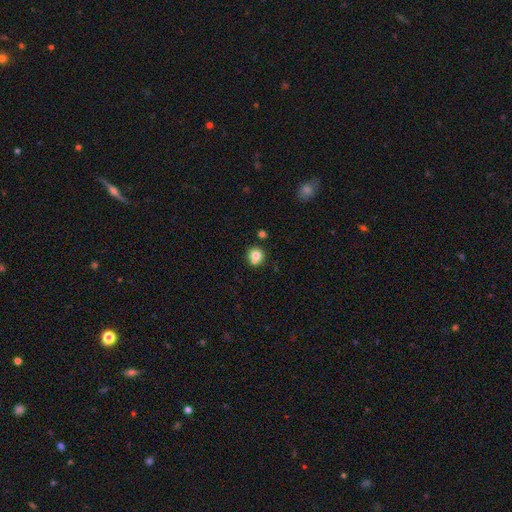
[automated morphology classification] type=smooth (76%); roundness=round (87%); merging=none (56%).